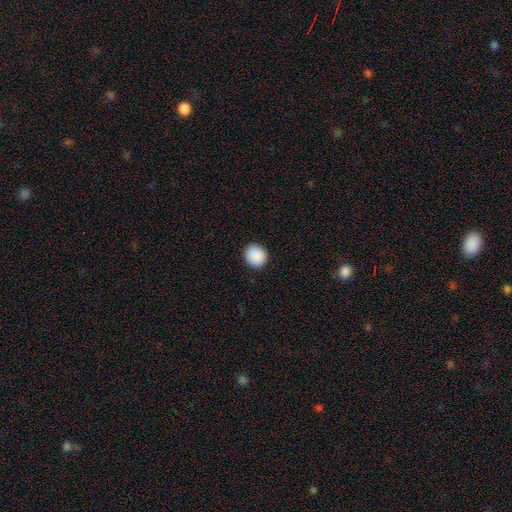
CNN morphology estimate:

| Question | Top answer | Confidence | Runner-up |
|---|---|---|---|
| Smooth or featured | smooth | 90% | star or artifact (8%) |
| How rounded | round | 84% | in between (15%) |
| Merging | none | 91% | minor disturbance (6%) |